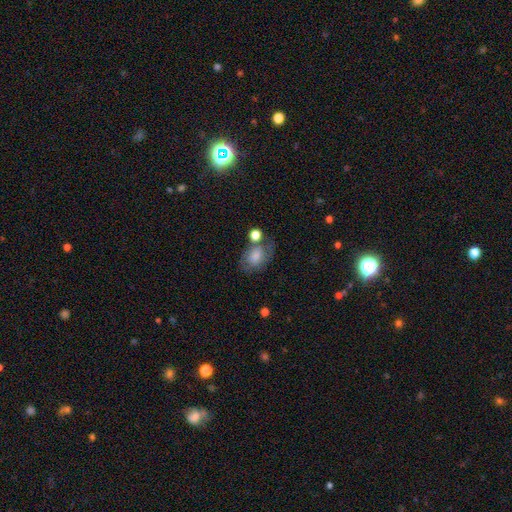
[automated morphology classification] This appears to be a smooth galaxy with no disk features (66%) that is in between round and cigar-shaped (76%). Merging: none (44%).